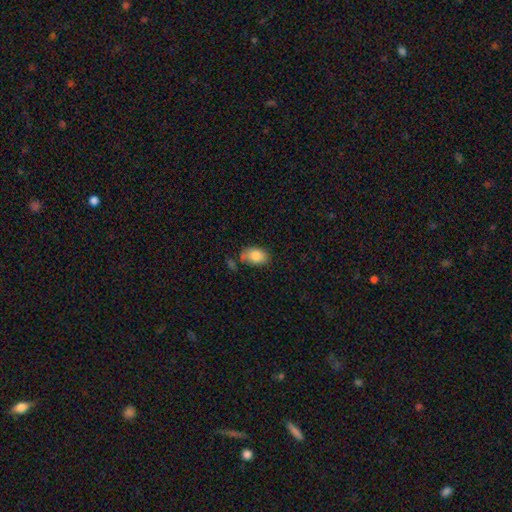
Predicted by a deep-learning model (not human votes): Smooth or featured? smooth (84%)
How rounded? in between (87%)
Merging? none (64%)